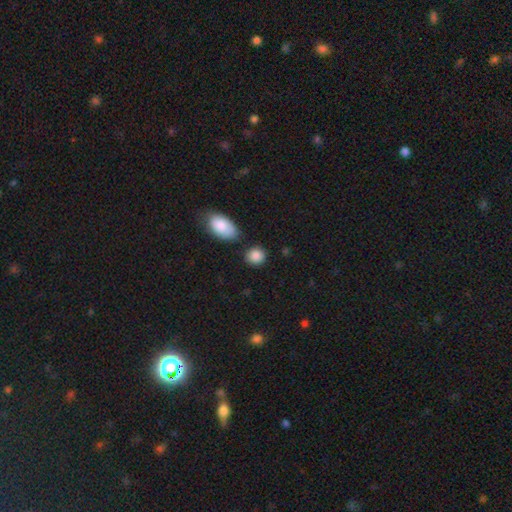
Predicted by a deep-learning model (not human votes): Smooth or featured?
  - smooth: 88% *
  - star or artifact: 8%
  - featured or disk: 4%
How rounded?
  - round: 75% *
  - in between: 24%
  - cigar-shaped: 2%
Merging?
  - none: 78% *
  - minor disturbance: 12%
  - merger: 7%
  - major disturbance: 3%